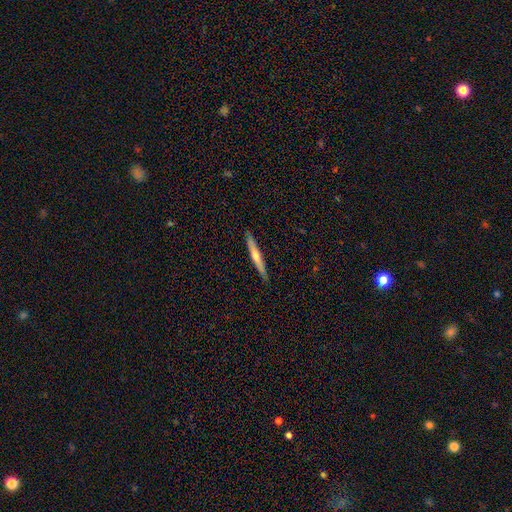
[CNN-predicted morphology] This is possibly a featured or disk galaxy (58%). It is clearly viewed edge-on (97%). Edge-on bulge: likely rounded (74%). Merging: clearly none (91%).